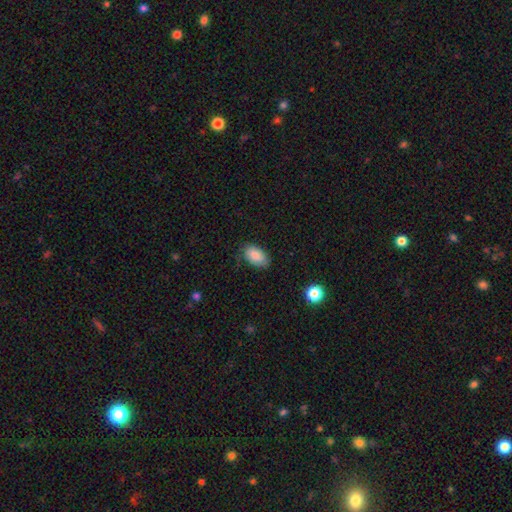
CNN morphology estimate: Smooth or featured: smooth — 86% (featured or disk — 7%)
How rounded: in between — 94% (round — 5%)
Merging: none — 76% (minor disturbance — 19%)